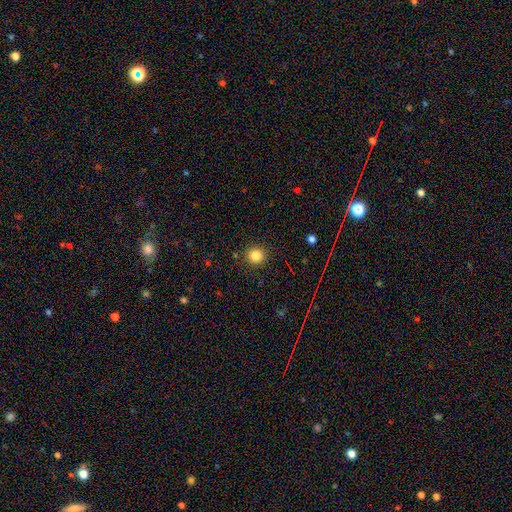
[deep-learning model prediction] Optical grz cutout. It shows a smooth galaxy with no disk features (84%) that is round (89%). Merging: none (90%).